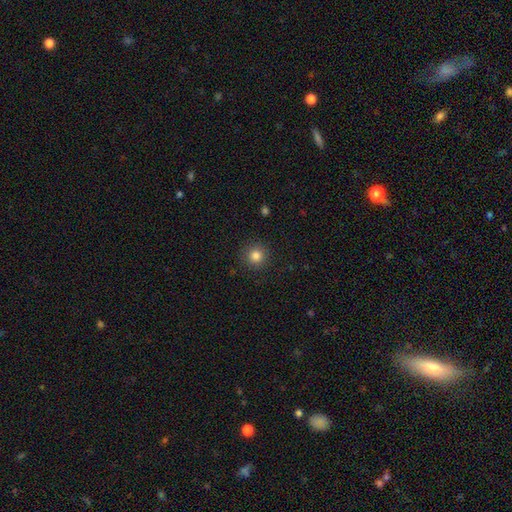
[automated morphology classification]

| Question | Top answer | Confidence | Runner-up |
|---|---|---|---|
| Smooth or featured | smooth | 83% | star or artifact (12%) |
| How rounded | round | 95% | in between (4%) |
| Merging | none | 91% | minor disturbance (6%) |